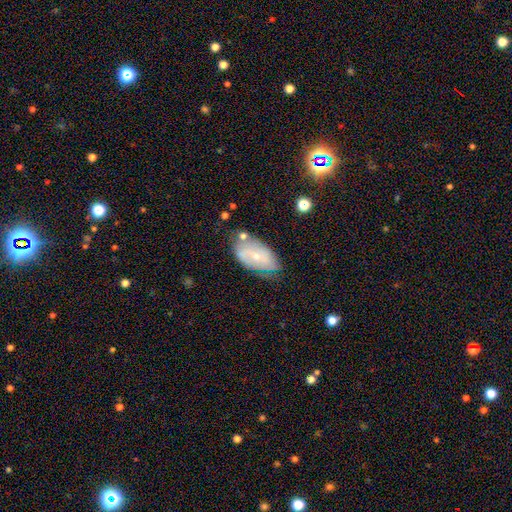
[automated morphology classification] featured or disk 60%, smooth 32%, star or artifact 8%. Down the decision tree: edge-on disk — no (93%); bar — no (47%); spiral arms — yes (70%); bulge size — small (68%); merging — none (61%).